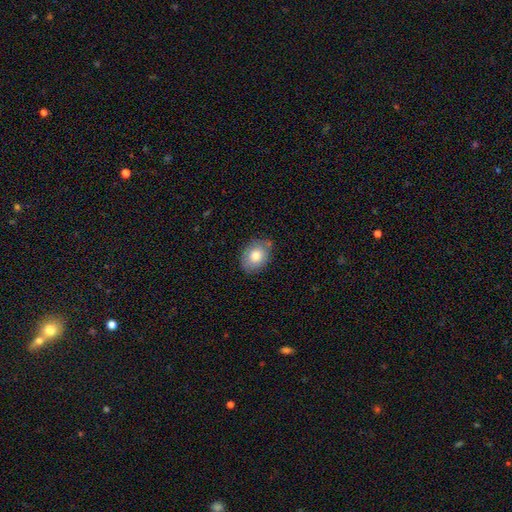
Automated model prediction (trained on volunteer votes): smooth_or_featured: smooth (p=0.78) [alt: featured or disk p=0.15]
how_rounded: in between (p=0.66) [alt: round p=0.33]
merging: none (p=0.76) [alt: minor disturbance p=0.18]